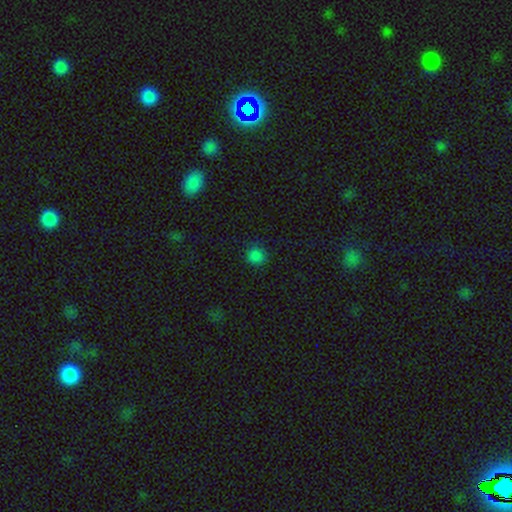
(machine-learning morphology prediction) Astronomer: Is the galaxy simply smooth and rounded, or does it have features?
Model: smooth — 80%.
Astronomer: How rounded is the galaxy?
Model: round — 91%.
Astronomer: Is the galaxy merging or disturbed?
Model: none — 86%.